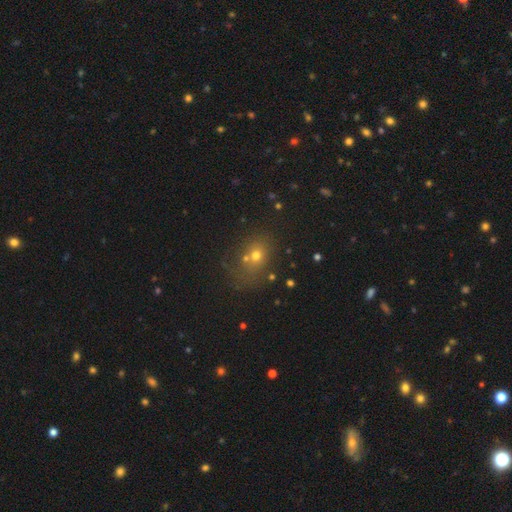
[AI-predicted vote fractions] This appears to be a smooth galaxy with no disk features (63%) that is round (60%). Merging: none (56%).